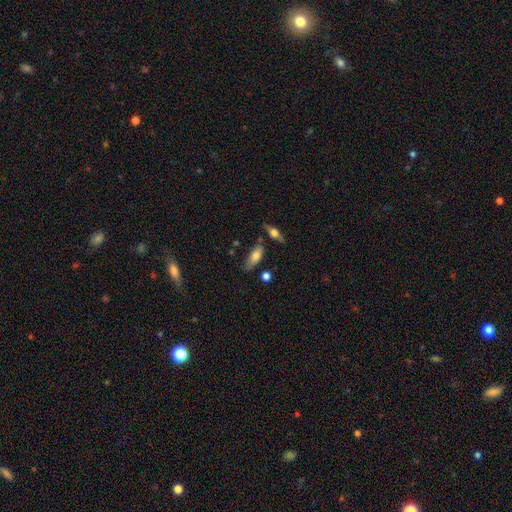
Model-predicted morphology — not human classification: This is likely a smooth galaxy (71%). How rounded: likely in between (72%). Merging: likely none (65%).